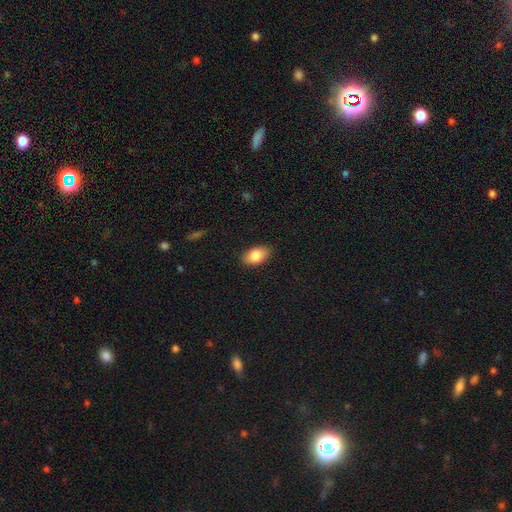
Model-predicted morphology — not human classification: smooth-or-featured: smooth: 83% | featured or disk: 10% | star or artifact: 7%
  how-rounded: in between: 91% | round: 7% | cigar-shaped: 2%
  merging: none: 87% | minor disturbance: 10% | major disturbance: 2% | merger: 1%